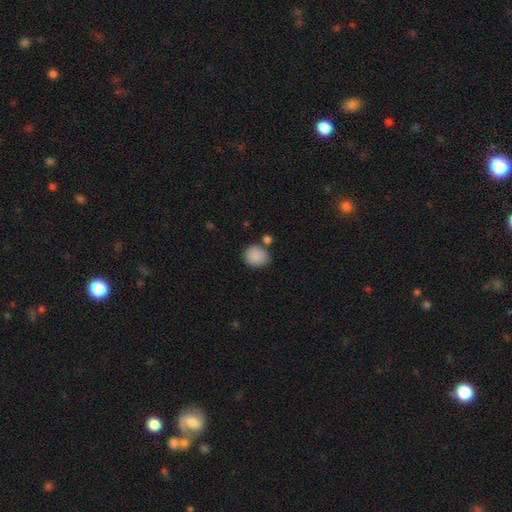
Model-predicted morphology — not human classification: Q: Smooth or featured?
A: smooth (88%); runner-up: star or artifact (8%)
Q: How rounded?
A: round (67%); runner-up: in between (32%)
Q: Merging?
A: none (73%); runner-up: minor disturbance (12%)